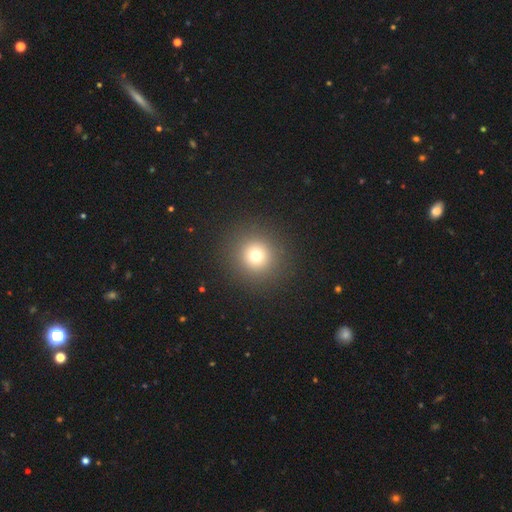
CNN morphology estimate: smooth-or-featured: smooth: 73% | star or artifact: 18% | featured or disk: 9%
  how-rounded: round: 94% | in between: 5% | cigar-shaped: 1%
  merging: none: 91% | minor disturbance: 5% | major disturbance: 3% | merger: 1%